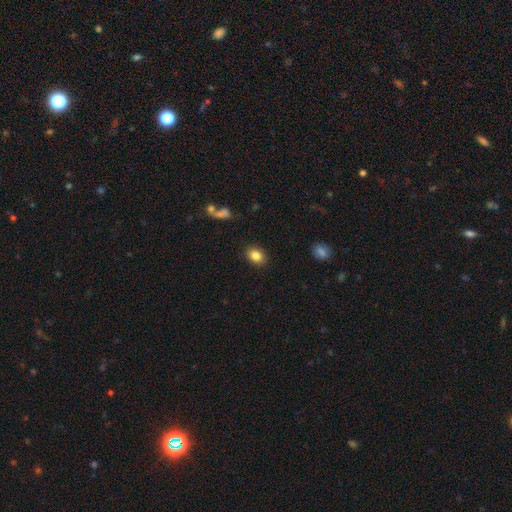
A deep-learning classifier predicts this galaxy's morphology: The model was most divided on "how rounded": in between: 59%, round: 40%, cigar-shaped: 1%. More confident: merging — none (88%); smooth or featured — smooth (85%).